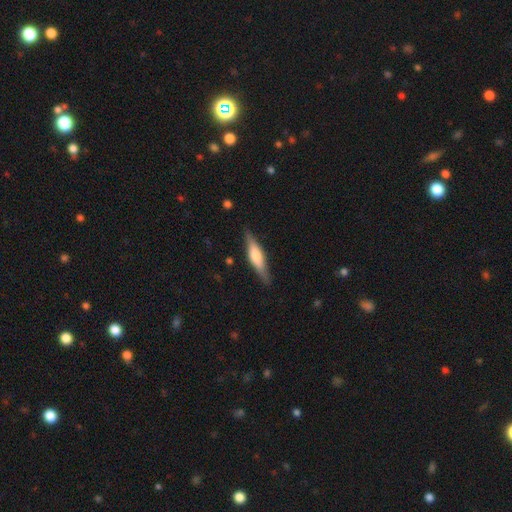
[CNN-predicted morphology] A featured or disk galaxy (49%). Merging: none (85%).